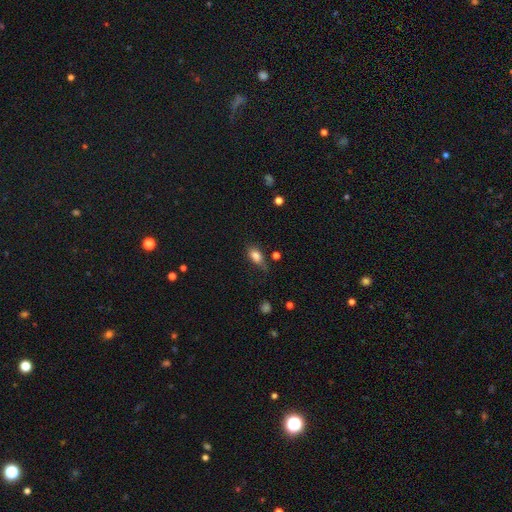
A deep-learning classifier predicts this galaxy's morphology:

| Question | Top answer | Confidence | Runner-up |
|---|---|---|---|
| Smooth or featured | smooth | 81% | star or artifact (10%) |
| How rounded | in between | 85% | round (9%) |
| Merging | none | 55% | minor disturbance (31%) |